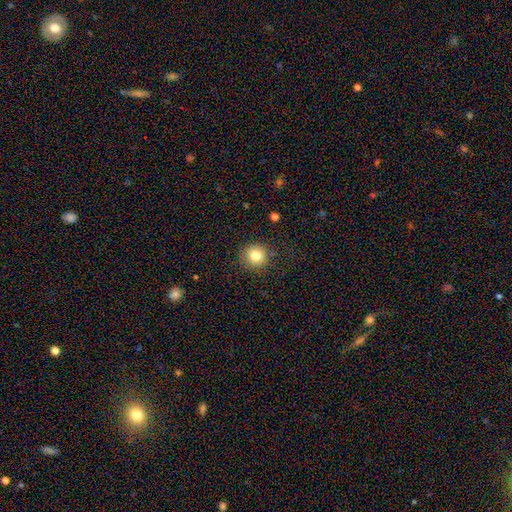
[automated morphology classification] A smooth galaxy with no disk features (81%) that is round (93%).

Vote fractions:
- Smooth or featured? smooth: 81% / star or artifact: 12% / featured or disk: 8%
- How rounded? round: 93% / in between: 6% / cigar-shaped: 1%
- Merging? none: 88% / minor disturbance: 8% / major disturbance: 3% / merger: 1%